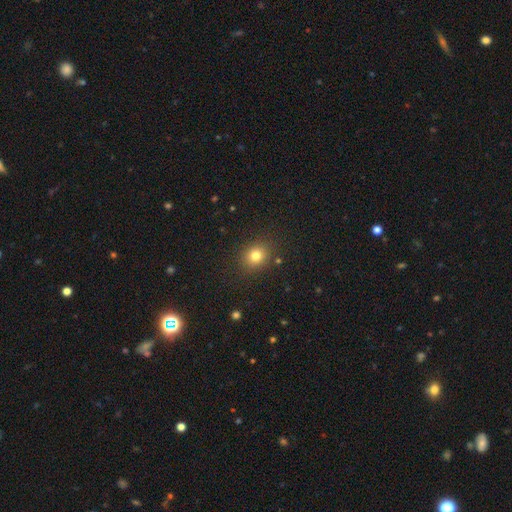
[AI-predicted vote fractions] A smooth galaxy with no disk features (79%) that is round (67%).

Vote fractions:
- Smooth or featured? smooth: 79% / star or artifact: 14% / featured or disk: 7%
- How rounded? round: 67% / in between: 32% / cigar-shaped: 1%
- Merging? none: 87% / minor disturbance: 8% / major disturbance: 3% / merger: 2%